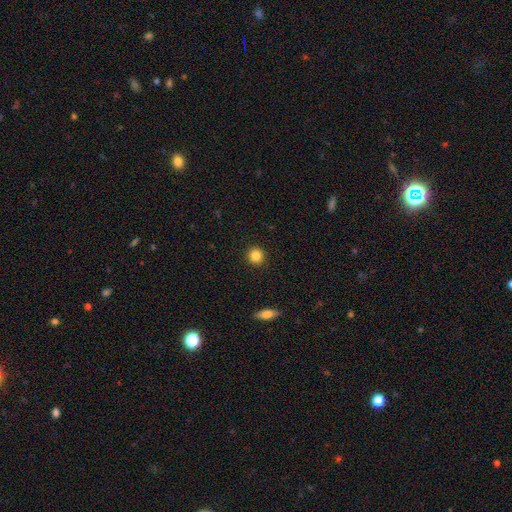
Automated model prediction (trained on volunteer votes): smooth_or_featured: smooth (p=0.84) [alt: star or artifact p=0.10]
how_rounded: round (p=0.92) [alt: in between p=0.07]
merging: none (p=0.92) [alt: minor disturbance p=0.05]